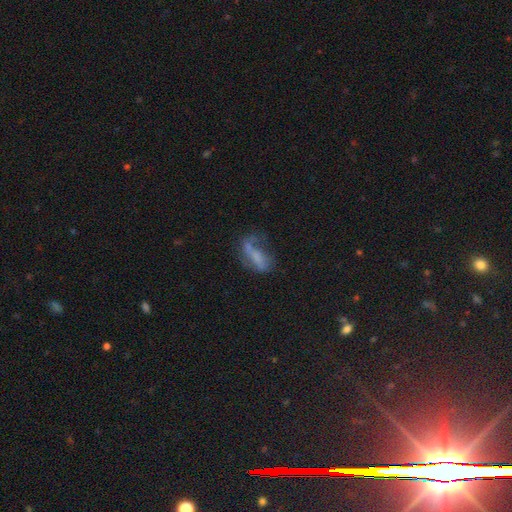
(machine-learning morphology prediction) This is possibly a featured or disk galaxy (49%). Merging: marginally none (34%, tied with major disturbance).